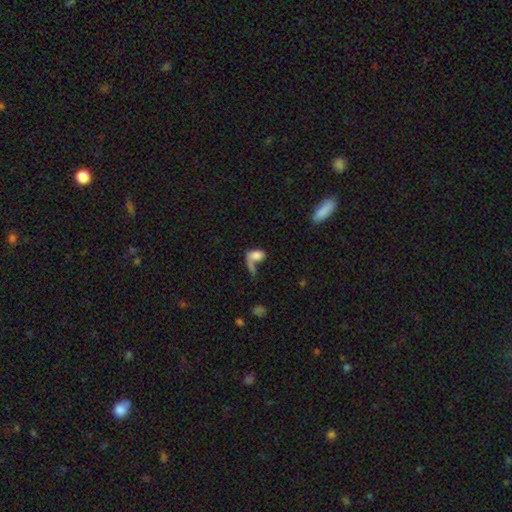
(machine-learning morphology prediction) The model was most divided on "merging": merger: 36%, none: 29%, major disturbance: 22%, minor disturbance: 13%. More confident: how rounded — in between (83%); smooth or featured — smooth (73%).